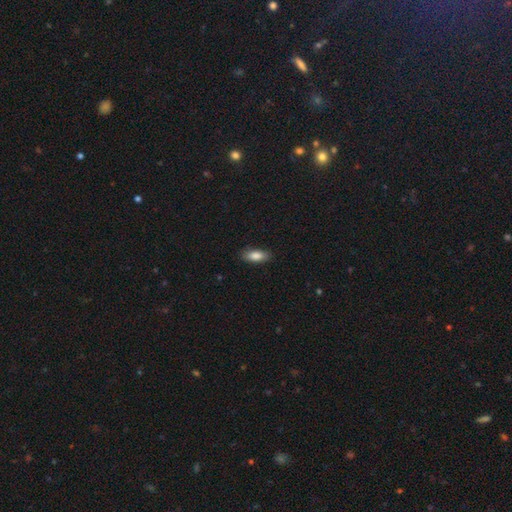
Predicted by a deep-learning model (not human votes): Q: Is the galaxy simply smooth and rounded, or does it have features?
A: smooth — 85%.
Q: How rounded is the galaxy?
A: in between — 80%.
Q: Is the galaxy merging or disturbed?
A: none — 85%.